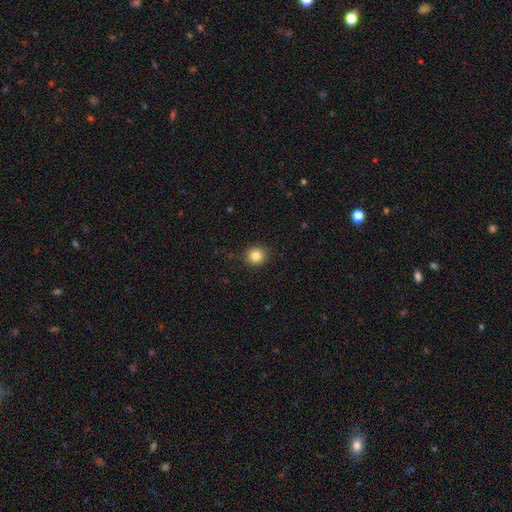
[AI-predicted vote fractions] Smooth or featured?
  - smooth: 84% *
  - star or artifact: 10%
  - featured or disk: 6%
How rounded?
  - round: 86% *
  - in between: 13%
  - cigar-shaped: 1%
Merging?
  - none: 90% *
  - minor disturbance: 7%
  - major disturbance: 2%
  - merger: 1%